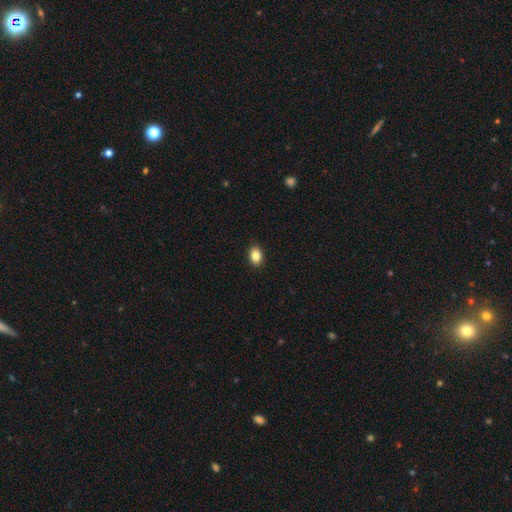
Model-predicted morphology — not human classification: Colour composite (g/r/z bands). It shows a smooth galaxy with no disk features (85%) that is in between round and cigar-shaped (67%). Merging: none (91%).